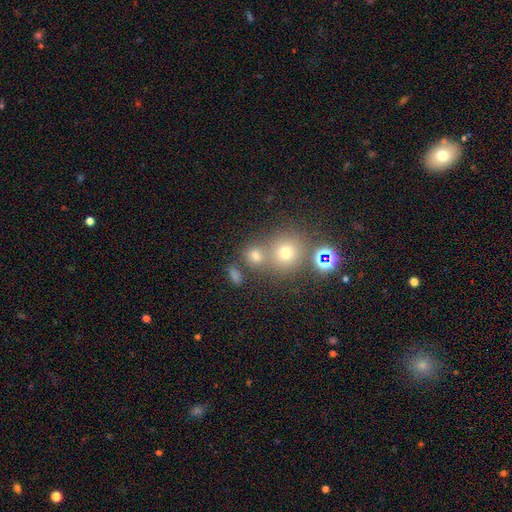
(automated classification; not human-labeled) smooth 68%, star or artifact 22%, featured or disk 11%. Down the decision tree: how rounded — round (74%); merging — none (57%).